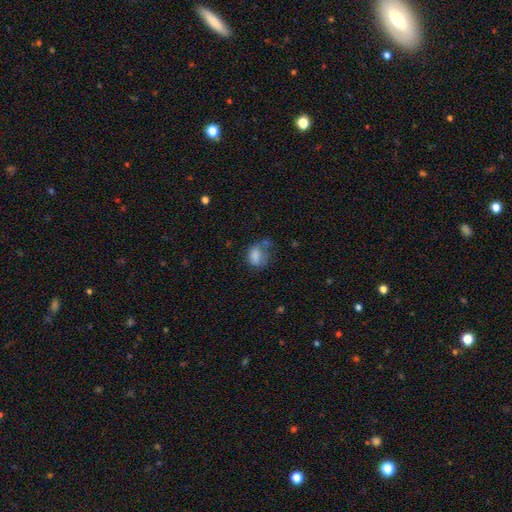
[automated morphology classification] A smooth galaxy with no disk features (75%) that is in between round and cigar-shaped (66%). Merging: none (32%).